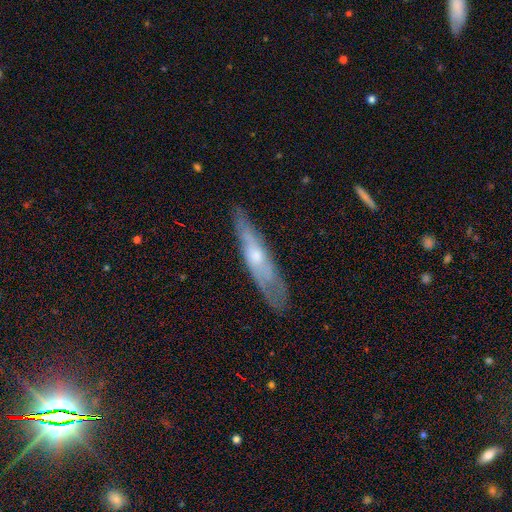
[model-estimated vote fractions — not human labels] smooth_or_featured: featured or disk (p=0.57) [alt: smooth p=0.37]
disk_edge_on: yes (p=0.61) [alt: no p=0.39]
merging: none (p=0.77) [alt: minor disturbance p=0.17]